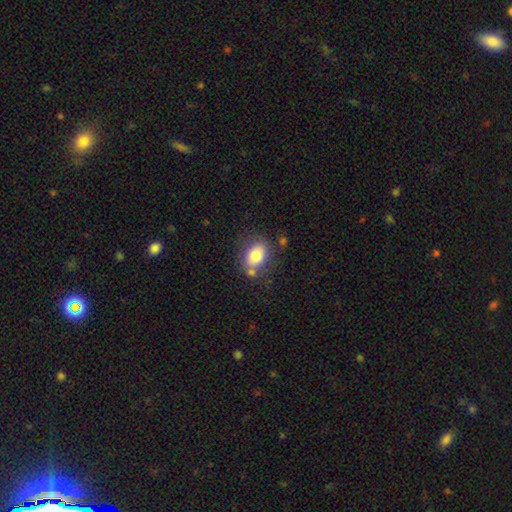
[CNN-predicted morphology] The model was most divided on "merging": none: 66%, minor disturbance: 17%, merger: 11%, major disturbance: 6%. More confident: smooth or featured — smooth (77%); how rounded — in between (75%).